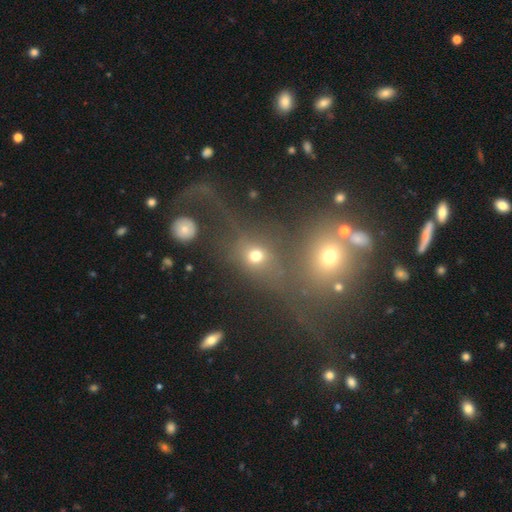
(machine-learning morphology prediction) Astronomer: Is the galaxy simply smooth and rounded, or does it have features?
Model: smooth — 61%.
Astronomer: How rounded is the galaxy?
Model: round — 66%.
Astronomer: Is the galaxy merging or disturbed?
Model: none — 44% (runner-up: merger, 32%).